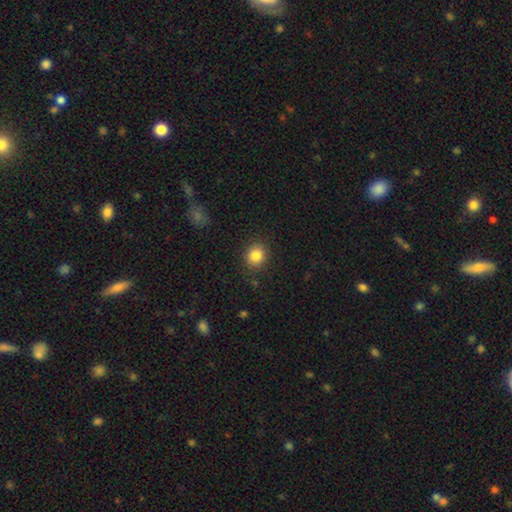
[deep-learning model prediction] Overall: smooth (85%). How rounded: round (79%). Merging: none (87%).